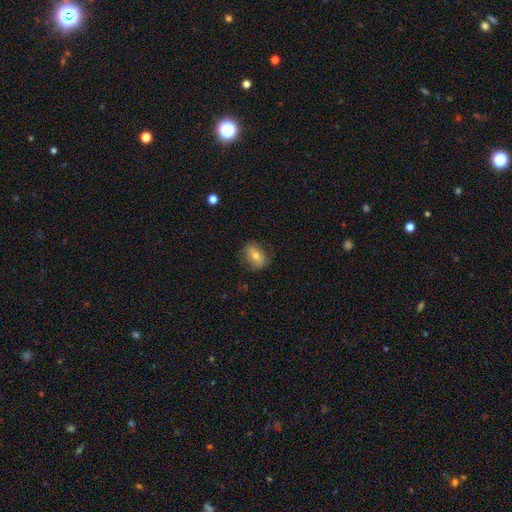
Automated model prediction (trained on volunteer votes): smooth 61%, featured or disk 30%, star or artifact 9%. Down the decision tree: how rounded — in between (67%); merging — none (78%).